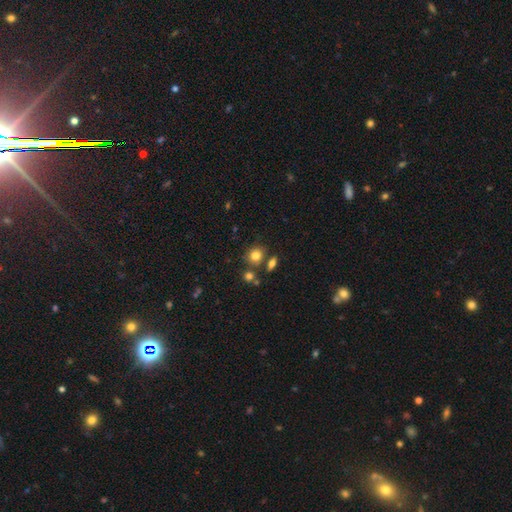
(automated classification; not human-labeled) This is clearly a smooth galaxy (80%). How rounded: likely round (72%). Merging: likely none (69%).